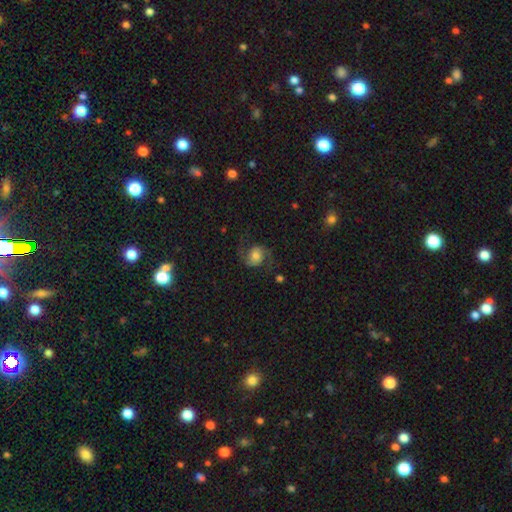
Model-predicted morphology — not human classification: The model was most divided on "spiral winding": loose: 48%, medium: 43%, tight: 9%. More confident: edge-on disk — no (98%); spiral arms — yes (95%); spiral arm count — 2 (93%); merging — none (72%); smooth or featured — featured or disk (72%); bar — no (65%); bulge size — moderate (51%).